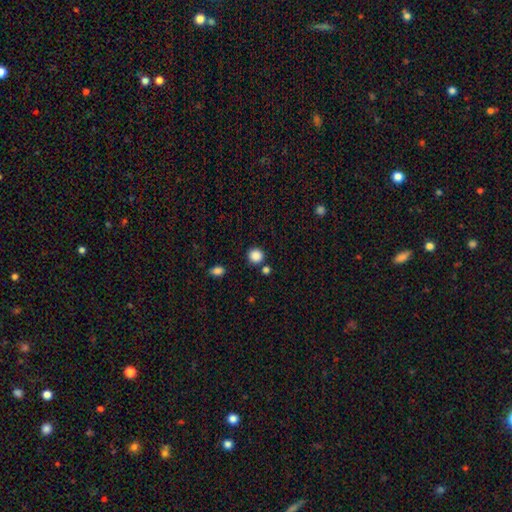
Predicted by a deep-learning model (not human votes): smooth 87%, star or artifact 10%, featured or disk 3%. Down the decision tree: how rounded — round (92%); merging — none (83%).